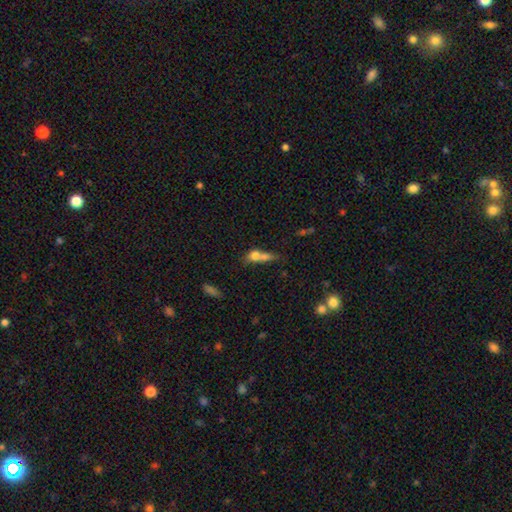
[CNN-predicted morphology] A smooth galaxy with no disk features (65%) that is in between round and cigar-shaped (48%).

Vote fractions:
- Smooth or featured? smooth: 65% / featured or disk: 24% / star or artifact: 11%
- How rounded? in between: 48% / round: 31% / cigar-shaped: 22%
- Merging? merger: 62% / none: 20% / minor disturbance: 10% / major disturbance: 8%